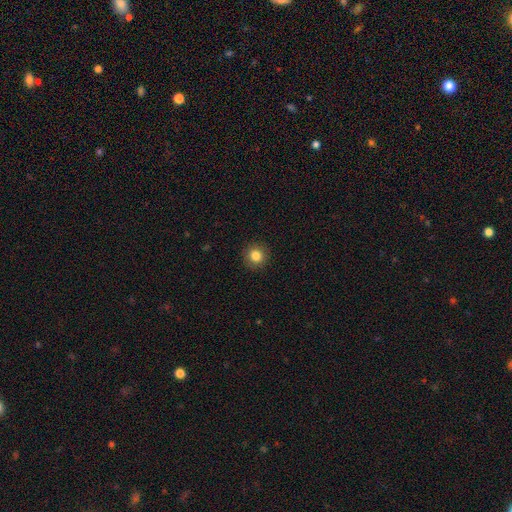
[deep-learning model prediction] Smooth or featured? Predicted: smooth (p=0.84). How rounded? Predicted: round (p=0.92). Merging? Predicted: none (p=0.91).